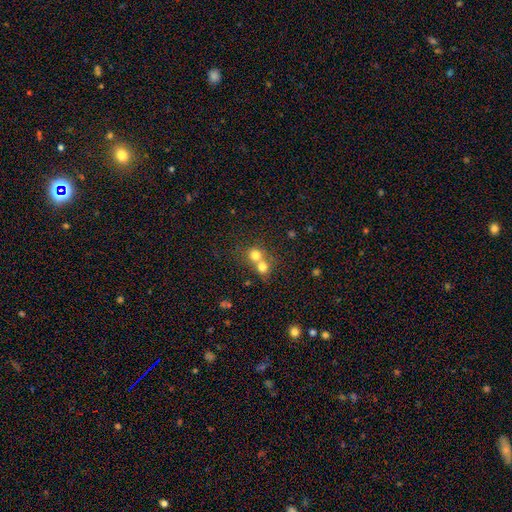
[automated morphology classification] This is likely a smooth galaxy (75%). How rounded: clearly round (85%). Merging: likely merger (60%).